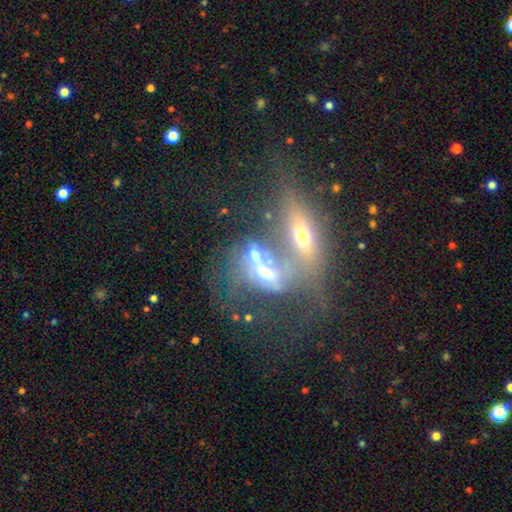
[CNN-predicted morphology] featured or disk 43%, smooth 37%, star or artifact 20%. Down the decision tree: merging — merger (65%).